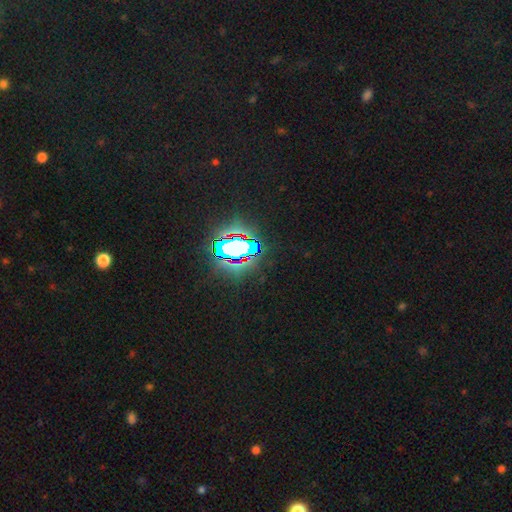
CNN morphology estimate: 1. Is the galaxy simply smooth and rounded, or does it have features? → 83% star or artifact, 10% smooth, 7% featured or disk.